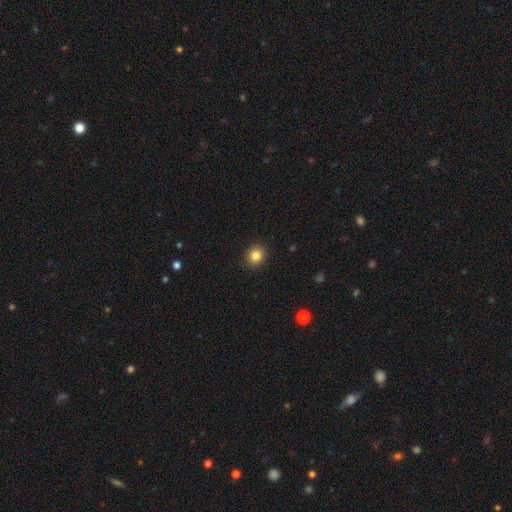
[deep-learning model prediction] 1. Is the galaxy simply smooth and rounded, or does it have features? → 84% smooth, 10% star or artifact, 5% featured or disk.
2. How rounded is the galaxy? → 71% round, 29% in between, 1% cigar-shaped.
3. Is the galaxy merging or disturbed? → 90% none, 7% minor disturbance, 2% major disturbance, 1% merger.